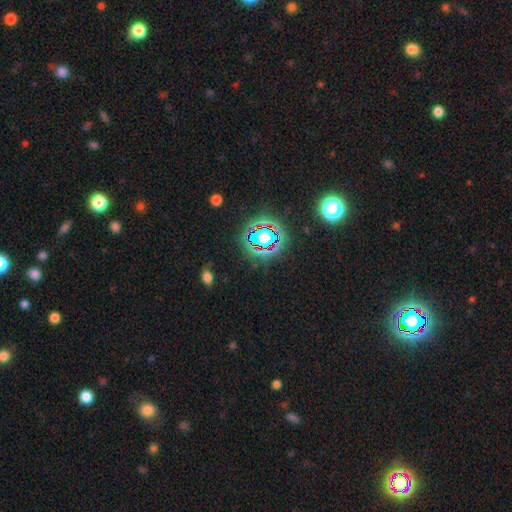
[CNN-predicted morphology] type=star or artifact (79%).